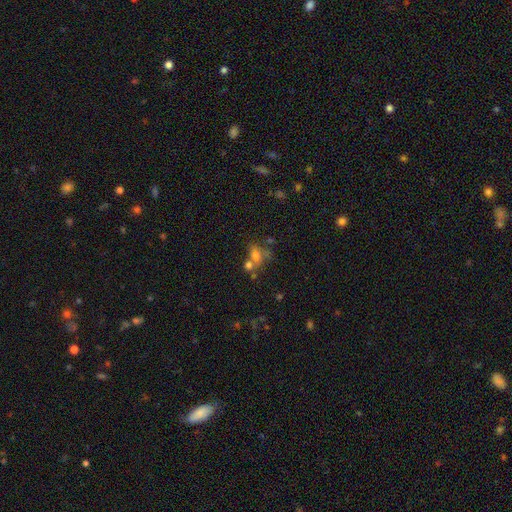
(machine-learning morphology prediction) A smooth galaxy with no disk features (63%) that is in between round and cigar-shaped (61%).

Vote fractions:
- Smooth or featured? smooth: 63% / featured or disk: 20% / star or artifact: 18%
- How rounded? in between: 61% / round: 37% / cigar-shaped: 3%
- Merging? merger: 44% / none: 34% / minor disturbance: 13% / major disturbance: 10%